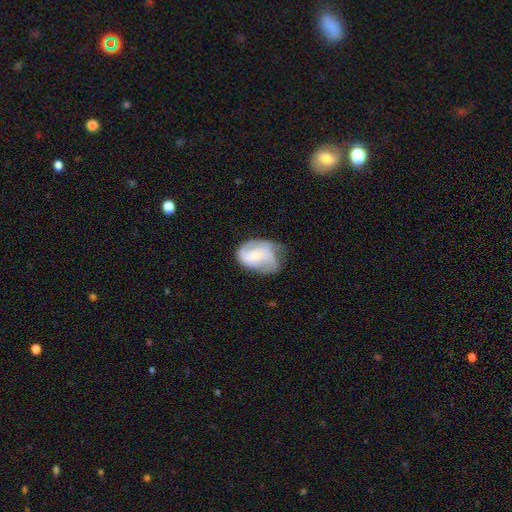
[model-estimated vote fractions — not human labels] This is likely a featured or disk galaxy (63%). It is clearly not viewed edge-on (97%). Bar: possibly no (60%). Spiral arm pattern: clearly yes (83%). Spiral arm count: possibly 2 (48%). Spiral winding: marginally medium (44%). Central bulge: possibly small (59%). Merging: marginally none (41%).